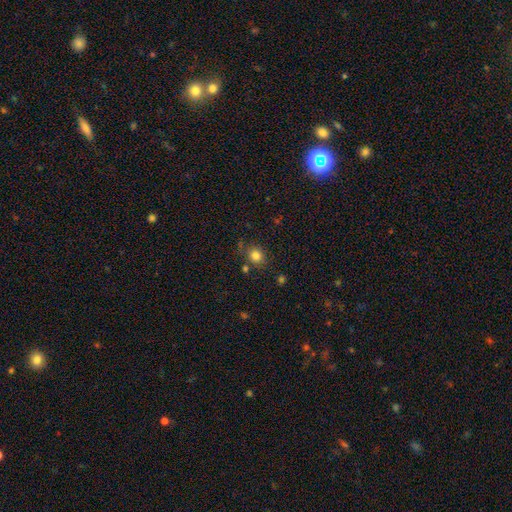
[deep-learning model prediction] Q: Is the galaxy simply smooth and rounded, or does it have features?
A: smooth — 81%.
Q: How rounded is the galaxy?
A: round — 82%.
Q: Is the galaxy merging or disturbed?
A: none — 77%.